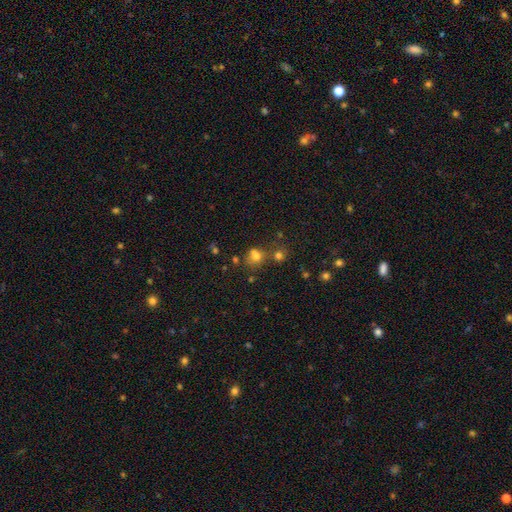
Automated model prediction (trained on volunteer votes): Smooth or featured? Predicted: smooth (p=0.70). How rounded? Predicted: round (p=0.71). Merging? Predicted: none (p=0.48).